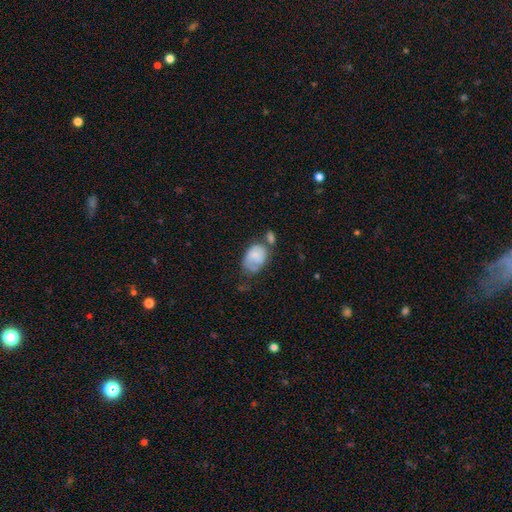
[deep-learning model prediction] This appears to be a smooth galaxy with no disk features (59%) that is in between round and cigar-shaped (79%). Merging: none (30%).